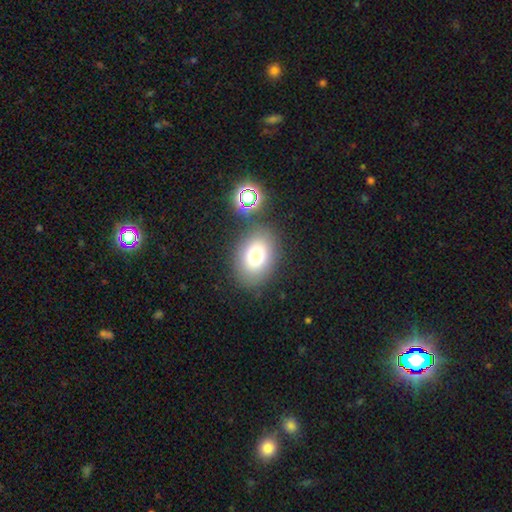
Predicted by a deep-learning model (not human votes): smooth_or_featured: smooth (p=0.74) [alt: star or artifact p=0.14]
how_rounded: in between (p=0.64) [alt: round p=0.35]
merging: none (p=0.78) [alt: minor disturbance p=0.11]